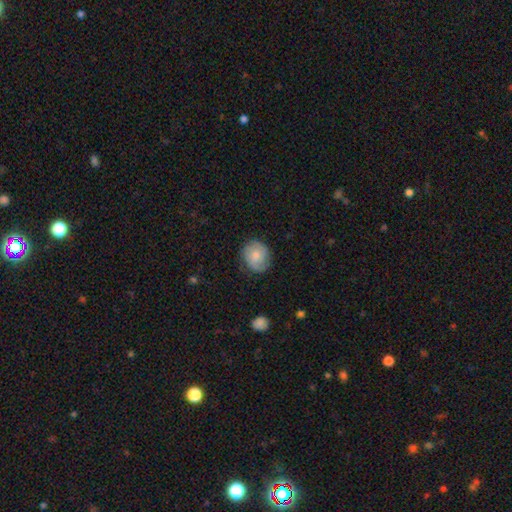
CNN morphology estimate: This is likely a smooth galaxy (62%). How rounded: likely round (74%). Merging: likely none (75%).